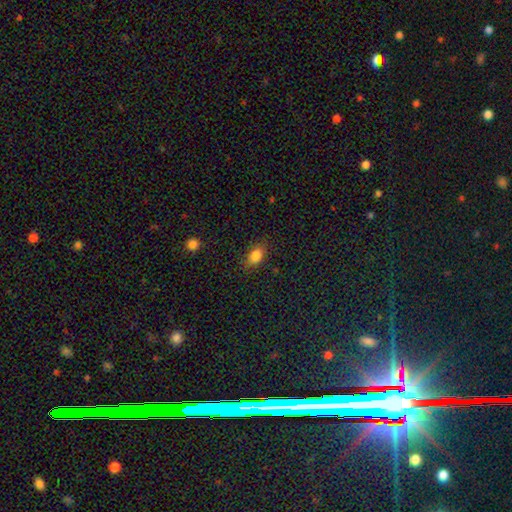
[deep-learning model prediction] Morphology: type=smooth (84%); roundness=in between (85%); merging=none (81%).